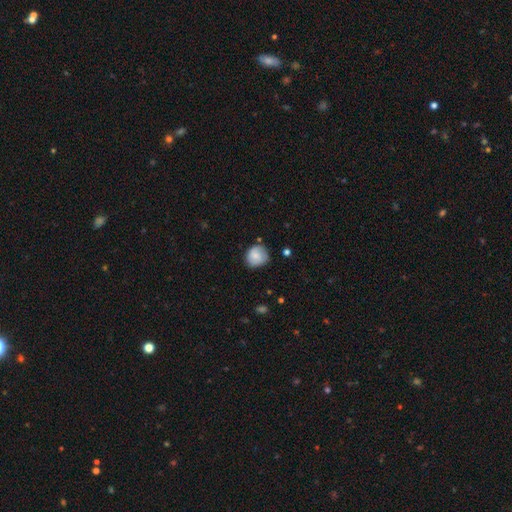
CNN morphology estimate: Smooth or featured? smooth (75%)
How rounded? round (81%)
Merging? none (70%)